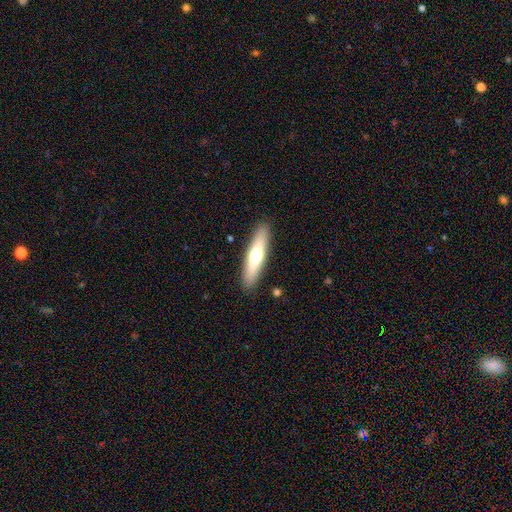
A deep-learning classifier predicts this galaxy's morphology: Smooth or featured?
  - smooth: 56% *
  - featured or disk: 39%
  - star or artifact: 5%
How rounded?
  - cigar-shaped: 79% *
  - in between: 19%
  - round: 2%
Merging?
  - none: 90% *
  - minor disturbance: 7%
  - major disturbance: 2%
  - merger: 1%